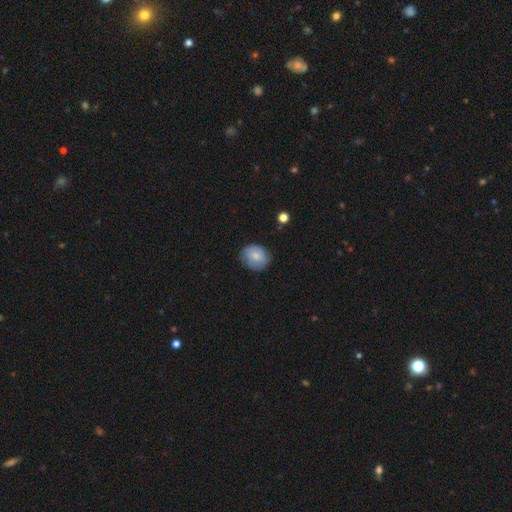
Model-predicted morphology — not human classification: This appears to be a smooth galaxy with no disk features (71%) that is round (66%). Merging: none (70%).